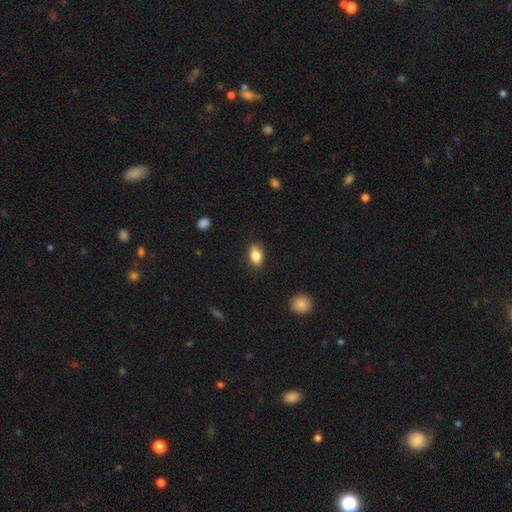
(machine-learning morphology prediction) Smooth or featured? Predicted: smooth (p=0.83). How rounded? Predicted: in between (p=0.87). Merging? Predicted: none (p=0.85).